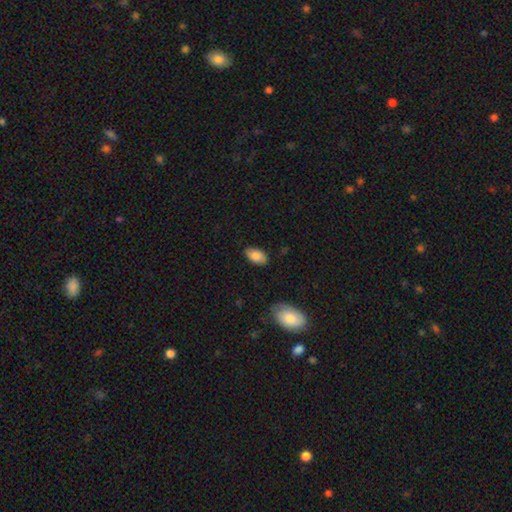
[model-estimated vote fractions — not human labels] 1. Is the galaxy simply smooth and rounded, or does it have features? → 83% smooth, 10% featured or disk, 7% star or artifact.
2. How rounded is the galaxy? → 94% in between, 4% round, 2% cigar-shaped.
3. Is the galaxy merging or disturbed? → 82% none, 14% minor disturbance, 3% major disturbance, 1% merger.